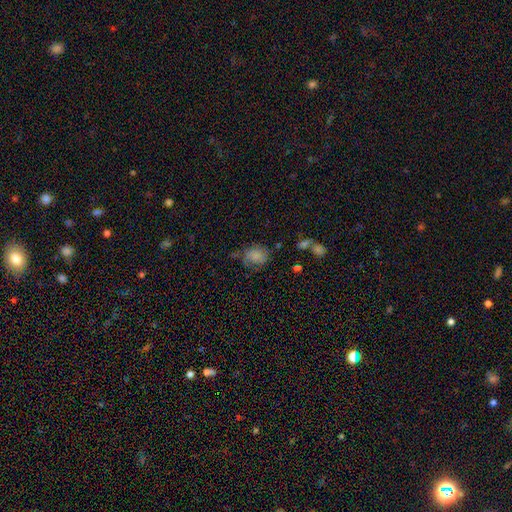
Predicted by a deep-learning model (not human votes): This is likely a smooth galaxy (75%). How rounded: possibly in between (51%). Merging: possibly none (51%).